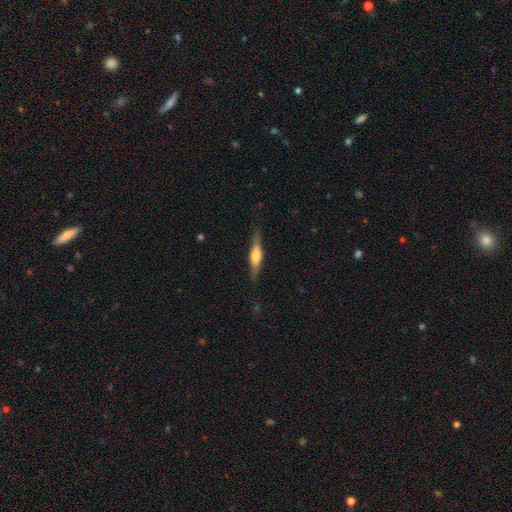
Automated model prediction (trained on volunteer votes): A featured or disk galaxy (60%) viewed edge-on (95%) with a rounded central bulge (76%).

Vote fractions:
- Smooth or featured? featured or disk: 60% / smooth: 34% / star or artifact: 6%
- Edge-on disk? yes: 95% / no: 5%
- Edge-on bulge? rounded: 76% / boxy: 19% / none: 5%
- Merging? none: 84% / minor disturbance: 12% / major disturbance: 3% / merger: 1%